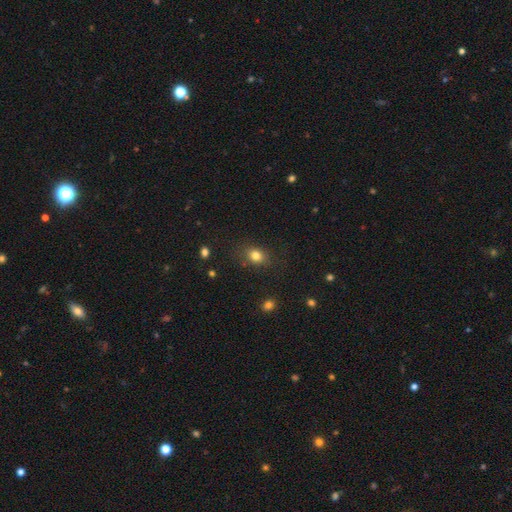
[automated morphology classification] Smooth or featured?
  - smooth: 81% *
  - star or artifact: 12%
  - featured or disk: 7%
How rounded?
  - in between: 52% *
  - round: 46%
  - cigar-shaped: 1%
Merging?
  - none: 79% *
  - minor disturbance: 15%
  - major disturbance: 5%
  - merger: 2%